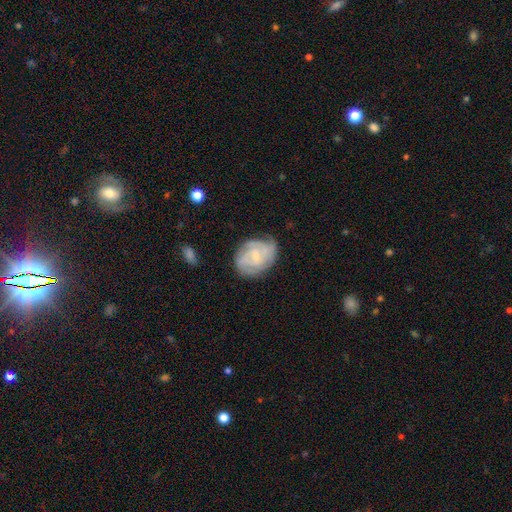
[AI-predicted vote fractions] A featured or disk galaxy (71%) with no bar (56%), tight (58%) spiral arms (90%) and a small central bulge (61%).

Vote fractions:
- Smooth or featured? featured or disk: 71% / smooth: 22% / star or artifact: 7%
- Edge-on disk? no: 98% / yes: 2%
- Bar? no: 56% / weak: 39% / strong: 6%
- Spiral arms? yes: 90% / no: 10%
- Spiral winding? tight: 58% / medium: 33% / loose: 9%
- Spiral arm count? can't tell: 38% / 2: 23% / 3: 21% / 4: 8% / 1: 5% / more than 4: 4%
- Bulge size? small: 61% / moderate: 26% / none: 11% / large: 2% / dominant: 1%
- Merging? none: 64% / minor disturbance: 25% / major disturbance: 9% / merger: 2%